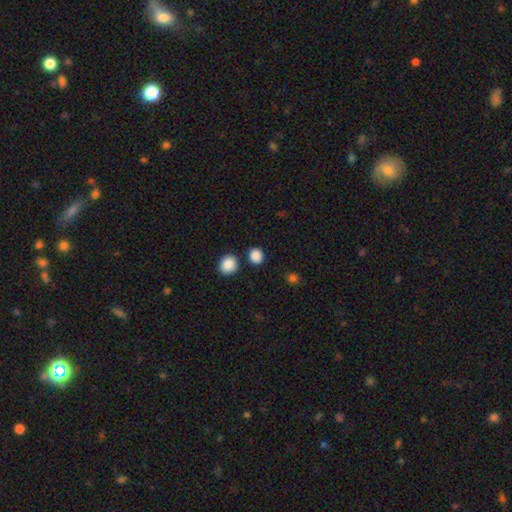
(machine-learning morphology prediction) smooth 87%, star or artifact 10%, featured or disk 3%. Down the decision tree: how rounded — round (77%); merging — none (81%).